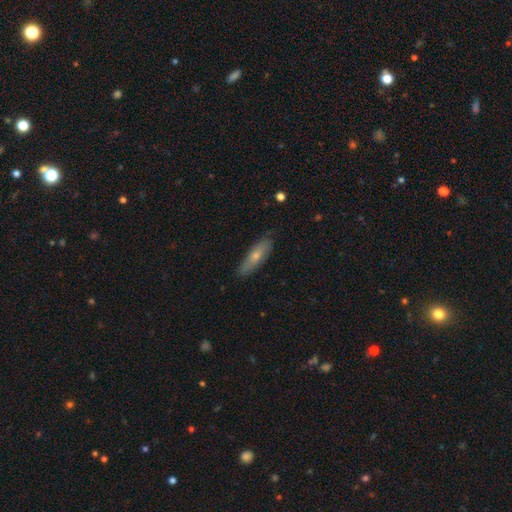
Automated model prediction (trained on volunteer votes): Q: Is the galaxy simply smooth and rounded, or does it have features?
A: smooth — 62%.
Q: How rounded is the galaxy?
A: cigar-shaped — 65%.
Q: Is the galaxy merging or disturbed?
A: none — 84%.